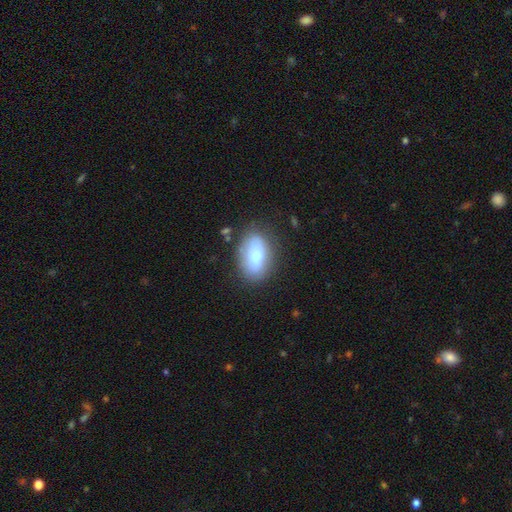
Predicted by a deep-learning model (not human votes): smooth_or_featured: smooth (p=0.75) [alt: featured or disk p=0.17]
how_rounded: in between (p=0.89) [alt: round p=0.08]
merging: none (p=0.71) [alt: minor disturbance p=0.19]